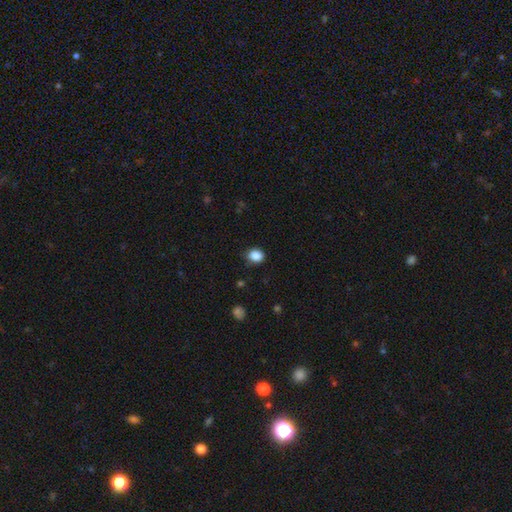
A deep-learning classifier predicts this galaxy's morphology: Smooth or featured?
  - smooth: 87% *
  - star or artifact: 10%
  - featured or disk: 3%
How rounded?
  - round: 60% *
  - in between: 39%
  - cigar-shaped: 1%
Merging?
  - none: 78% *
  - minor disturbance: 17%
  - major disturbance: 4%
  - merger: 1%